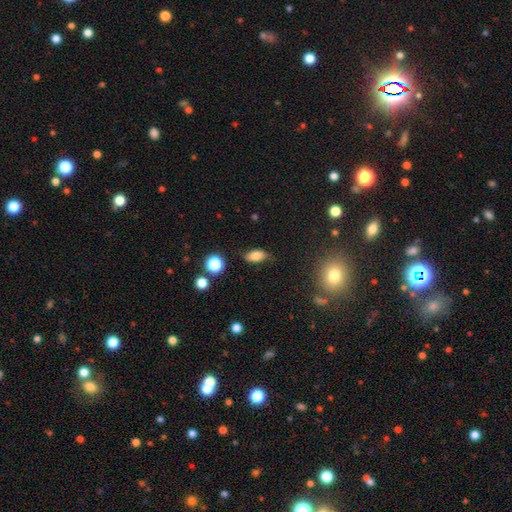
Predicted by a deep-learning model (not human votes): Q: Smooth or featured?
A: smooth (78%); runner-up: star or artifact (11%)
Q: How rounded?
A: in between (86%); runner-up: round (9%)
Q: Merging?
A: none (72%); runner-up: minor disturbance (20%)